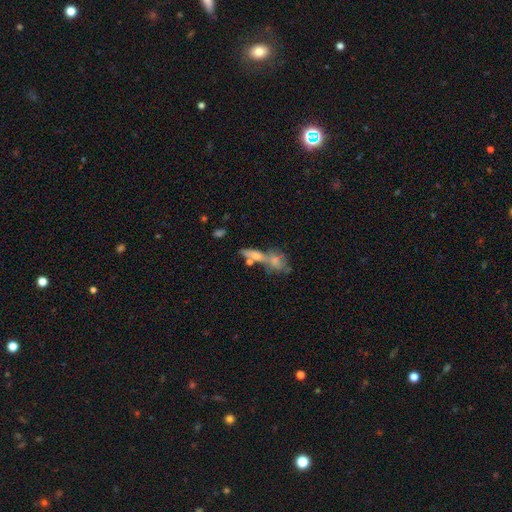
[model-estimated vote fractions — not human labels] The model was most divided on "smooth or featured": smooth: 44%, featured or disk: 41%, star or artifact: 15%. Remaining: merging — merger (46%).